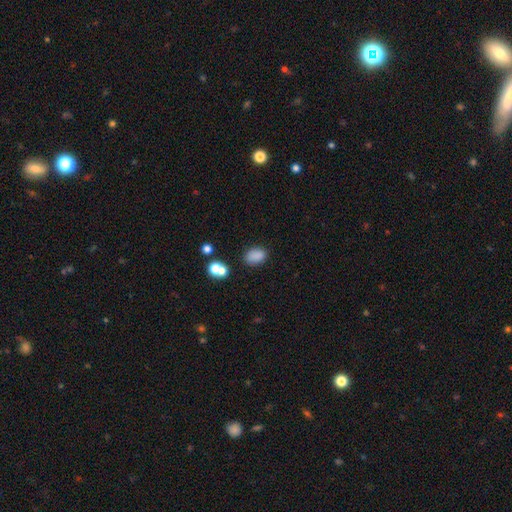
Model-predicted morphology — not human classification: Smooth or featured?
  - smooth: 83% *
  - star or artifact: 11%
  - featured or disk: 6%
How rounded?
  - in between: 82% *
  - round: 17%
  - cigar-shaped: 1%
Merging?
  - none: 77% *
  - minor disturbance: 13%
  - merger: 6%
  - major disturbance: 4%